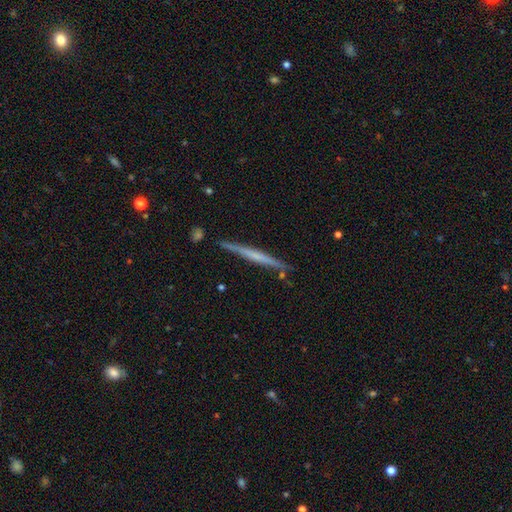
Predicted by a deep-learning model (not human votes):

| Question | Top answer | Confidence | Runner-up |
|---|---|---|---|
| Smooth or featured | featured or disk | 57% | smooth (37%) |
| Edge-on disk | yes | 98% | no (2%) |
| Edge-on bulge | none | 74% | rounded (15%) |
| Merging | none | 87% | minor disturbance (10%) |